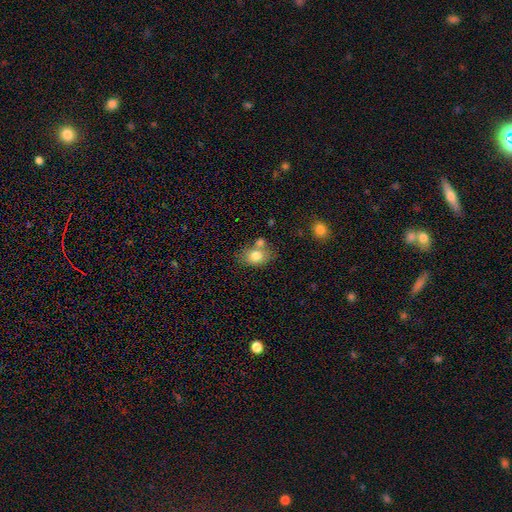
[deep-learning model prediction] Overall: smooth (78%). How rounded: in between (68%; round 31%). Merging: none (55%; merger 25%).